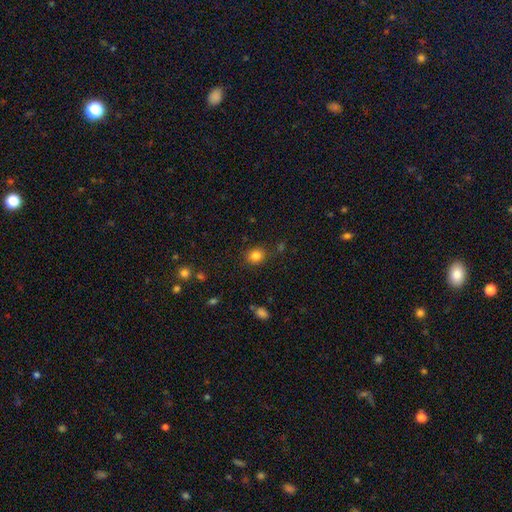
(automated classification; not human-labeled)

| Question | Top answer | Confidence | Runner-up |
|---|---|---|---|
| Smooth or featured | smooth | 83% | star or artifact (12%) |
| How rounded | round | 74% | in between (25%) |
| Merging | none | 84% | minor disturbance (10%) |